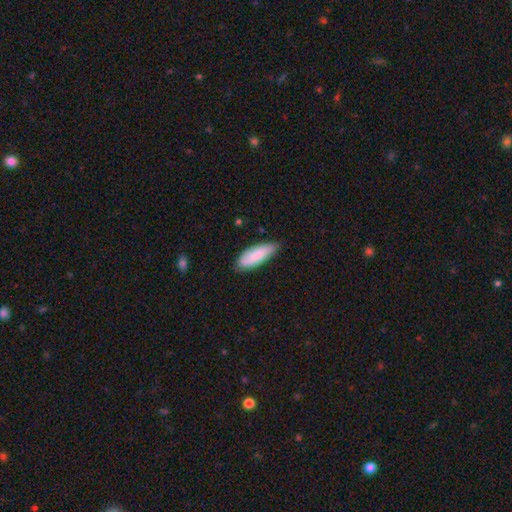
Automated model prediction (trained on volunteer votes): A smooth galaxy with no disk features (82%) that is in between round and cigar-shaped (64%). Merging: none (73%).